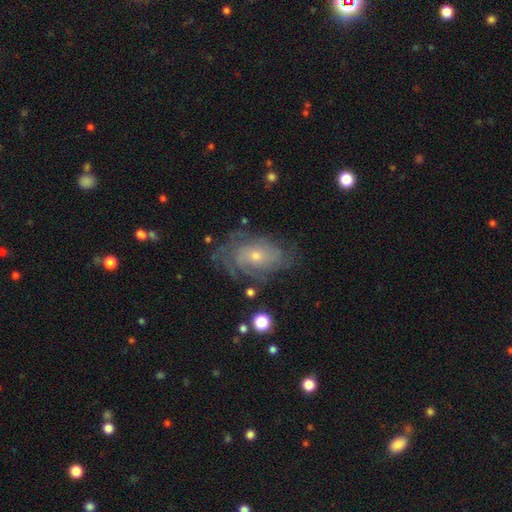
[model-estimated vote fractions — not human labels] A featured or disk galaxy (77%) with no bar (76%), tight (63%) spiral arms (90%) and a small central bulge (61%). Merging: none (68%).